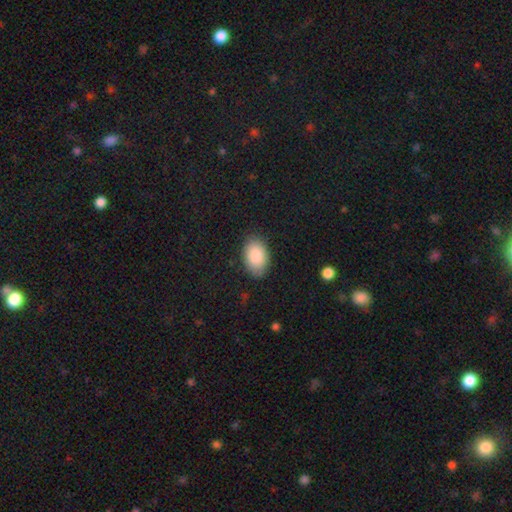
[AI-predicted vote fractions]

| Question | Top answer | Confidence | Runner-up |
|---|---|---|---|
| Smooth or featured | smooth | 89% | star or artifact (7%) |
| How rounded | in between | 90% | round (8%) |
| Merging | none | 84% | minor disturbance (12%) |